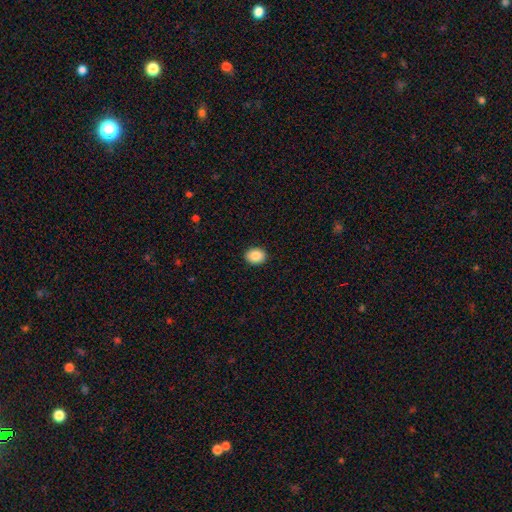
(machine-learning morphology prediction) A smooth galaxy with no disk features (88%) that is in between round and cigar-shaped (53%). Merging: none (91%).